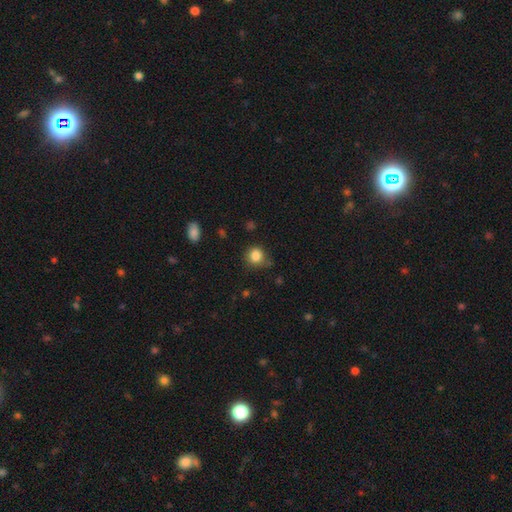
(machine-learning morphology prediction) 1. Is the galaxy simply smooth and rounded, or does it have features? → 85% smooth, 11% star or artifact, 4% featured or disk.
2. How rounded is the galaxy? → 85% round, 14% in between, 1% cigar-shaped.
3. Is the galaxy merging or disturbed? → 75% none, 18% minor disturbance, 4% major disturbance, 3% merger.